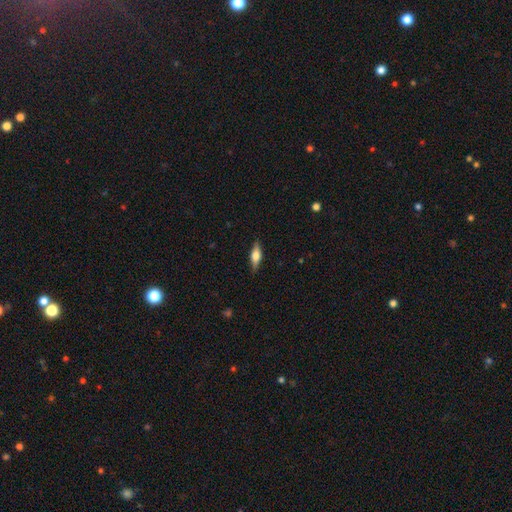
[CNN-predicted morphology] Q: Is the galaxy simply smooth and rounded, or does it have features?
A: featured or disk — 47%.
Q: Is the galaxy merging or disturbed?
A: none — 87%.